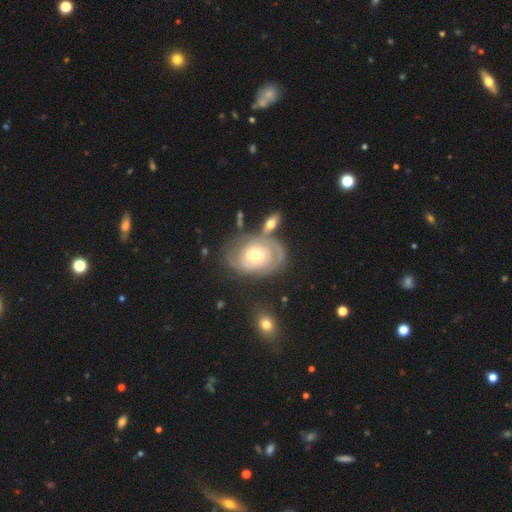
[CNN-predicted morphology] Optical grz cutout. It shows a featured or disk galaxy (81%) with no bar (73%), 2 (38%, tied with can't tell) tight (75%) spiral arms (87%) and a moderate central bulge (62%). Merging: none (59%).